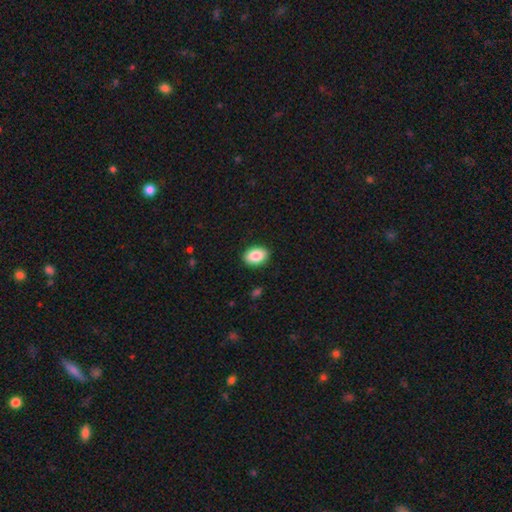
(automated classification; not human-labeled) Morphology: type=smooth (87%); roundness=in between (86%); merging=none (90%).